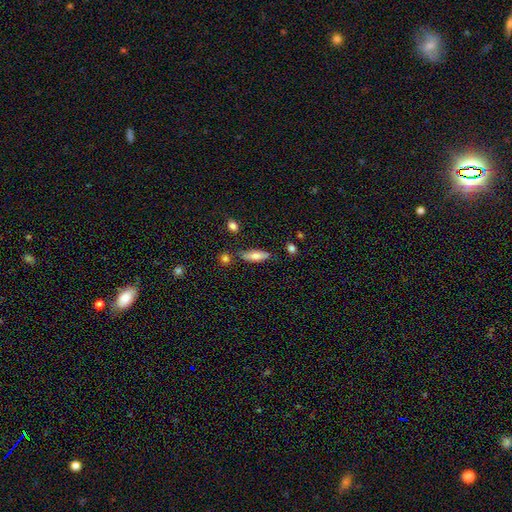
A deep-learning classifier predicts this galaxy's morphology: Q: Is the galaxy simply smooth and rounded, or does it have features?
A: smooth — 75%.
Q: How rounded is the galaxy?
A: in between — 58%.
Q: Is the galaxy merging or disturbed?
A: none — 75%.